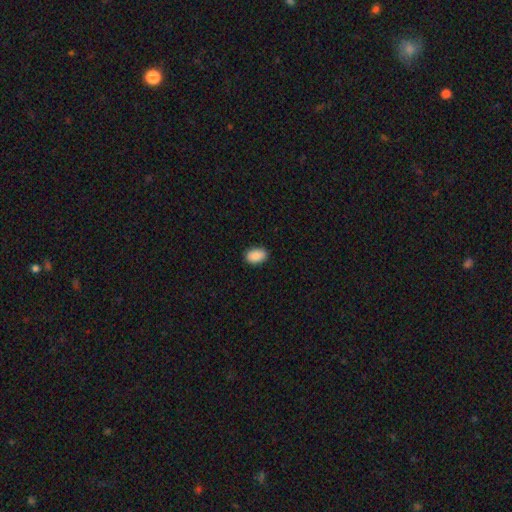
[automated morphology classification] A smooth galaxy with no disk features (90%) that is in between round and cigar-shaped (88%).

Vote fractions:
- Smooth or featured? smooth: 90% / star or artifact: 7% / featured or disk: 3%
- How rounded? in between: 88% / round: 11% / cigar-shaped: 1%
- Merging? none: 88% / minor disturbance: 9% / major disturbance: 2% / merger: 1%